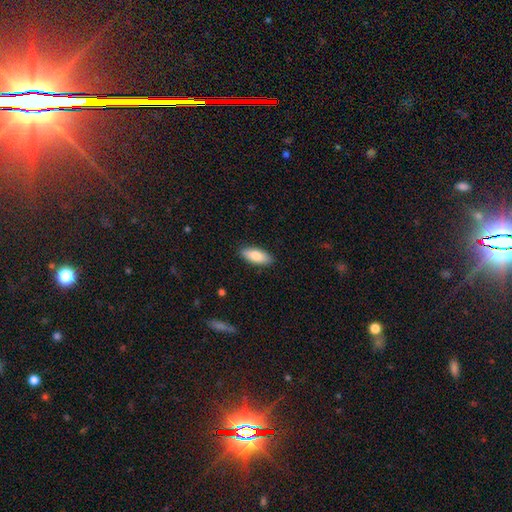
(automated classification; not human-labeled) This appears to be a smooth galaxy with no disk features (83%) that is in between round and cigar-shaped (83%). Merging: none (89%).